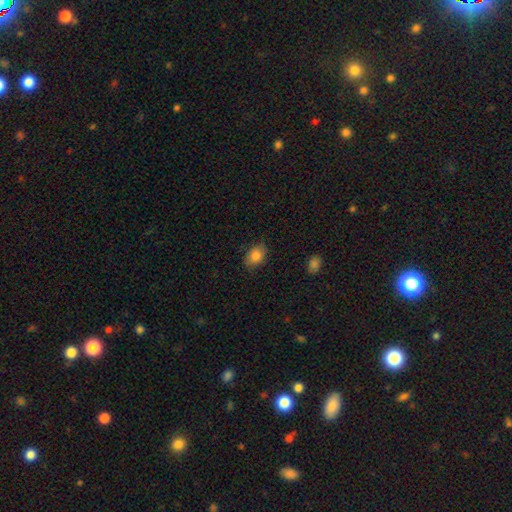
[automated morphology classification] smooth_or_featured: smooth (p=0.84) [alt: featured or disk p=0.08]
how_rounded: in between (p=0.79) [alt: round p=0.20]
merging: none (p=0.83) [alt: minor disturbance p=0.13]